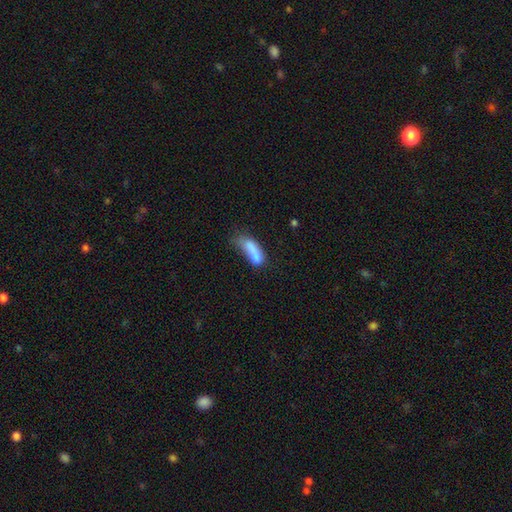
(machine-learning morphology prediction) The model was most divided on "merging": major disturbance: 27%, merger: 24%, minor disturbance: 24%, none: 24%. More confident: smooth or featured — smooth (72%); how rounded — in between (60%).